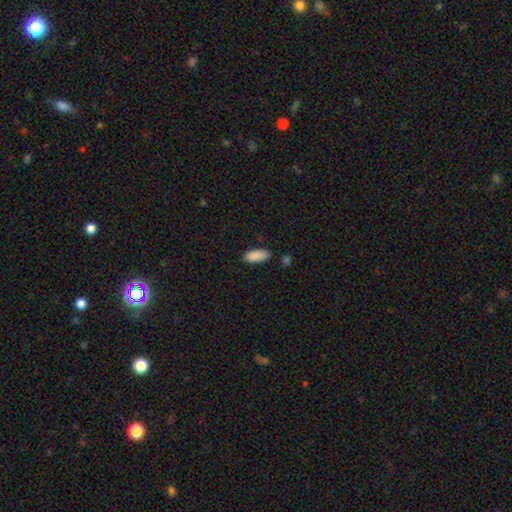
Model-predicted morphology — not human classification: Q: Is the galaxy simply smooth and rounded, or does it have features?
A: smooth — 89%.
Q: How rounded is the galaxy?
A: in between — 81%.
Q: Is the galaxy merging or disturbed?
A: none — 80%.